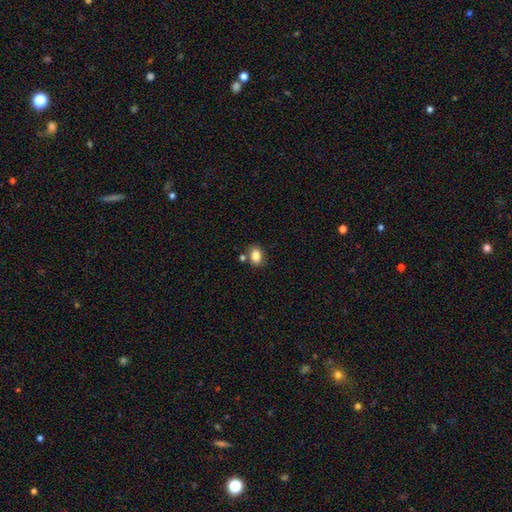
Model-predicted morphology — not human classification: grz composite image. It shows a smooth galaxy with no disk features (84%) that is in between round and cigar-shaped (64%). Merging: none (73%).